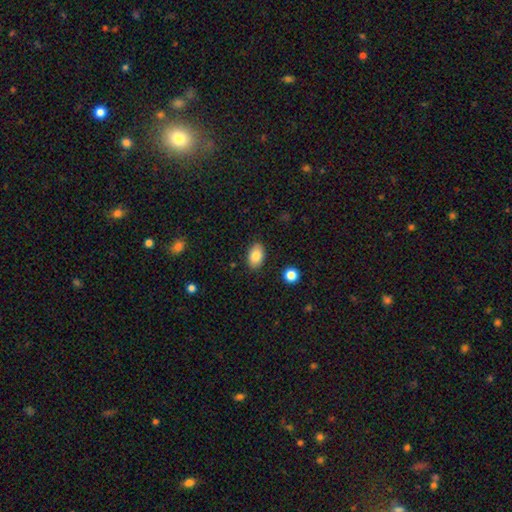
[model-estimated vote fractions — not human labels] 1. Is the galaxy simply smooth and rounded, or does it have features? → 84% smooth, 8% featured or disk, 7% star or artifact.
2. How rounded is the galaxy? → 89% in between, 10% round, 1% cigar-shaped.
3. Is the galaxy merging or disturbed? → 87% none, 9% minor disturbance, 2% major disturbance, 1% merger.